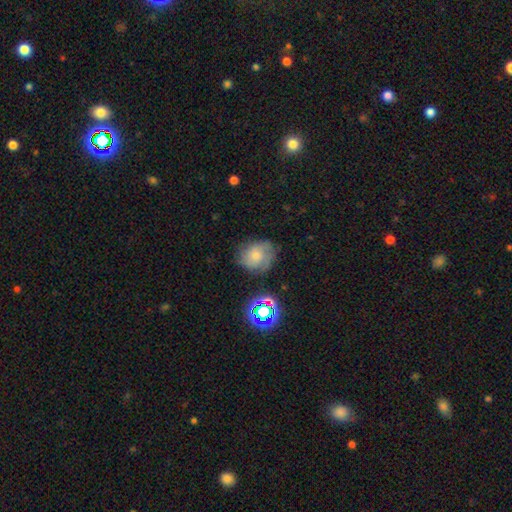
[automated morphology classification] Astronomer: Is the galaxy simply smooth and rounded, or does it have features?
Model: smooth — 53% (runner-up: featured or disk, 32%).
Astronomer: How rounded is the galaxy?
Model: round — 63%.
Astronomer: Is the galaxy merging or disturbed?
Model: none — 64%.